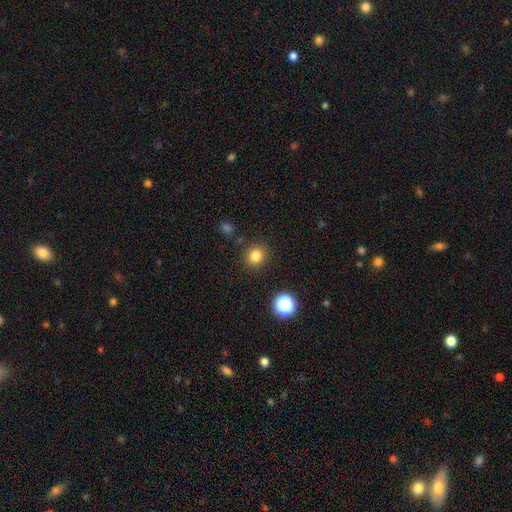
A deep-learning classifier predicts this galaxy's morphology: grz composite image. It shows a smooth galaxy with no disk features (81%) that is round (84%). Merging: none (88%).